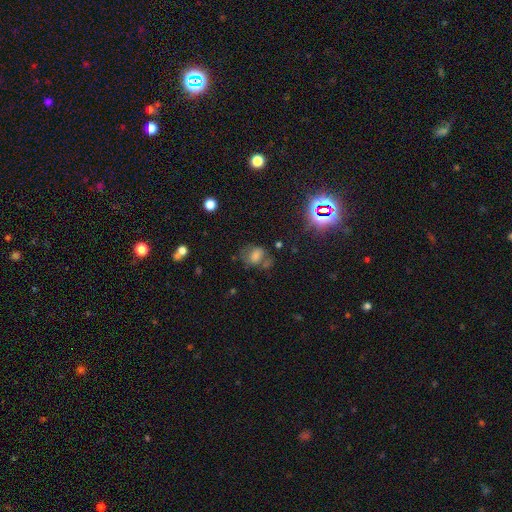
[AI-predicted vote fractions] This is possibly a smooth galaxy (57%). How rounded: likely in between (61%). Merging: possibly none (49%).